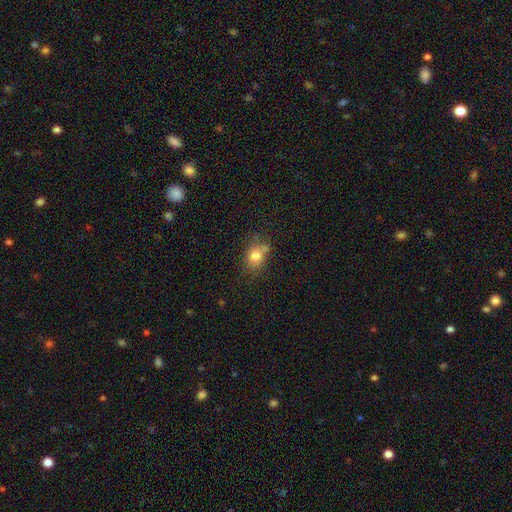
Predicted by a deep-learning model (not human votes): Smooth or featured?
  - smooth: 78% *
  - star or artifact: 11%
  - featured or disk: 10%
How rounded?
  - round: 53% *
  - in between: 46%
  - cigar-shaped: 1%
Merging?
  - none: 55% *
  - minor disturbance: 20%
  - merger: 18%
  - major disturbance: 7%